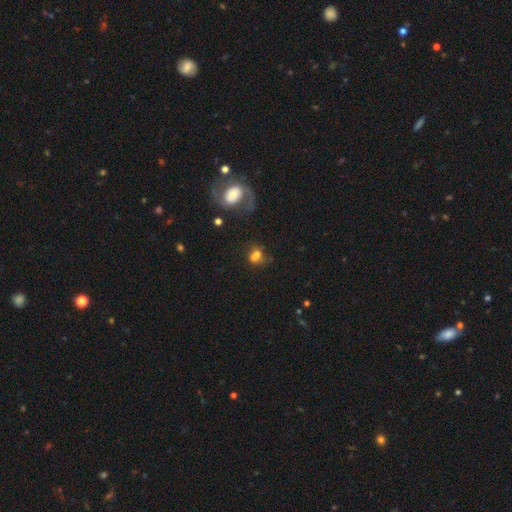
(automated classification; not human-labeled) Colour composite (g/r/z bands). It shows a smooth galaxy with no disk features (67%) that is in between round and cigar-shaped (59%). Merging: none (44%).